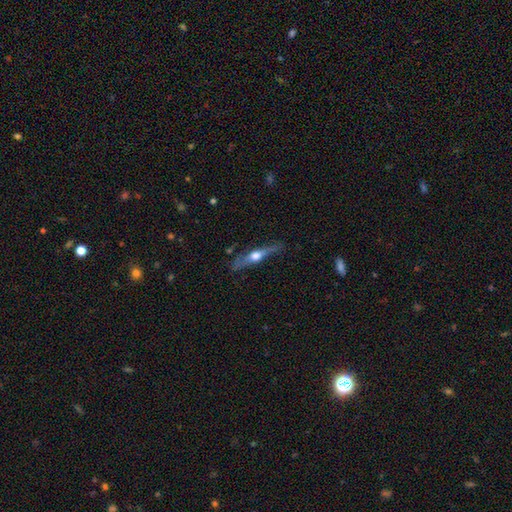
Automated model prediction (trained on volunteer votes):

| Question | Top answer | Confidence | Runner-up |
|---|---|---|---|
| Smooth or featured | featured or disk | 67% | smooth (27%) |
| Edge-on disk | yes | 93% | no (7%) |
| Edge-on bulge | rounded | 92% | boxy (5%) |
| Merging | none | 75% | minor disturbance (17%) |